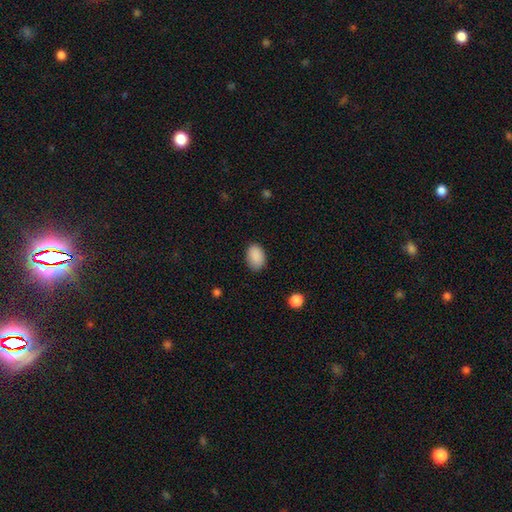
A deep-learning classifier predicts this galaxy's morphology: A smooth galaxy with no disk features (90%) that is in between round and cigar-shaped (86%).

Vote fractions:
- Smooth or featured? smooth: 90% / star or artifact: 7% / featured or disk: 3%
- How rounded? in between: 86% / round: 13% / cigar-shaped: 1%
- Merging? none: 83% / minor disturbance: 13% / major disturbance: 3% / merger: 1%